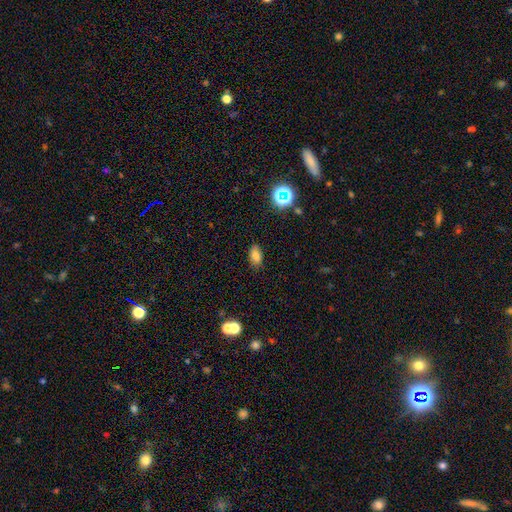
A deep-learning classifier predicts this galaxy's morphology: type=smooth (79%); roundness=in between (89%); merging=none (85%).